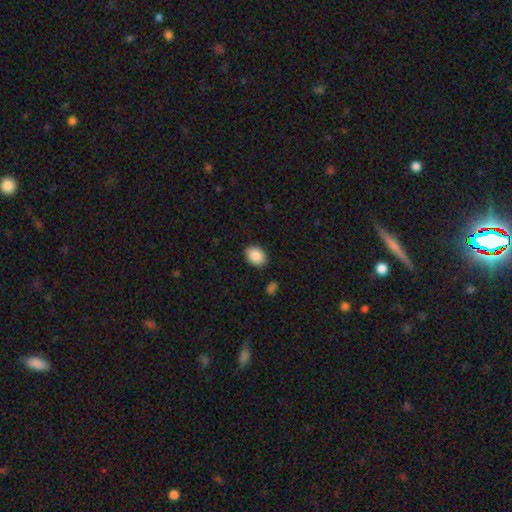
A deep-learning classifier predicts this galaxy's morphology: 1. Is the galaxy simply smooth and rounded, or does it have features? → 88% smooth, 7% star or artifact, 4% featured or disk.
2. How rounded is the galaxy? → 74% in between, 25% round, 1% cigar-shaped.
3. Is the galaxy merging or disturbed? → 87% none, 10% minor disturbance, 2% major disturbance, 2% merger.